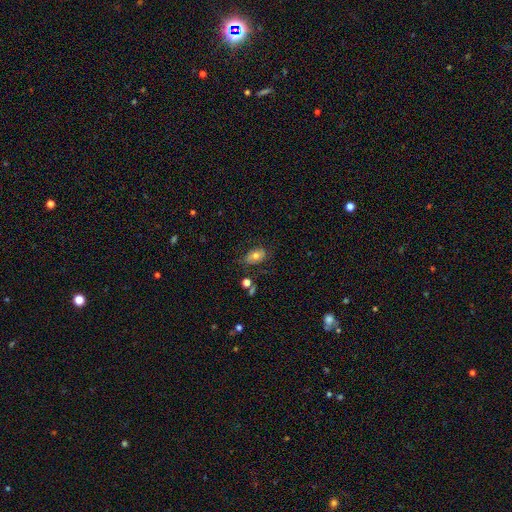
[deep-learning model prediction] A smooth galaxy with no disk features (69%) that is in between round and cigar-shaped (83%). Merging: none (71%).